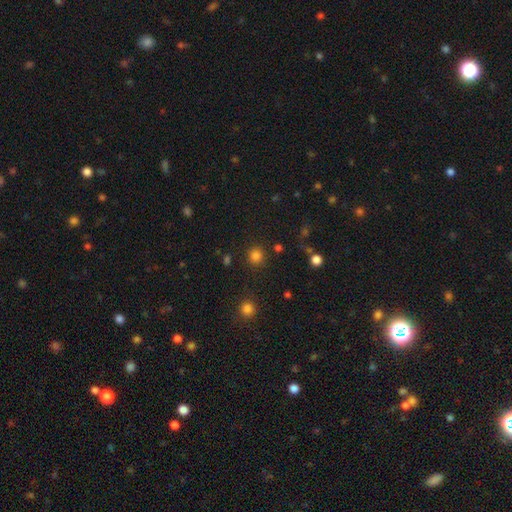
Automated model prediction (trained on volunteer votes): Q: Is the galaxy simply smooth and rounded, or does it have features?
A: smooth — 81%.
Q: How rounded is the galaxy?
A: round — 91%.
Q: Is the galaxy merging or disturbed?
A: none — 86%.